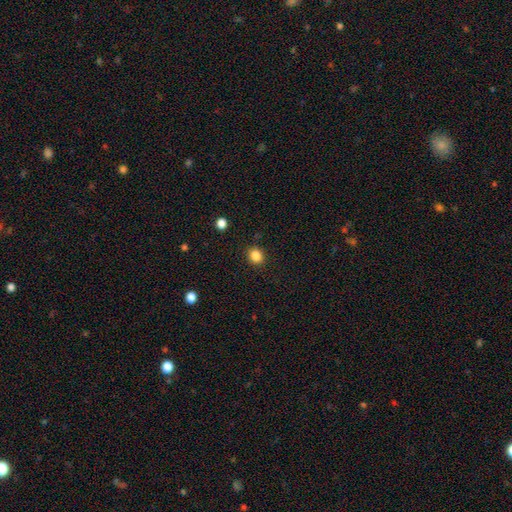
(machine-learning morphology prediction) This is clearly a smooth galaxy (86%). How rounded: likely round (66%). Merging: clearly none (89%).